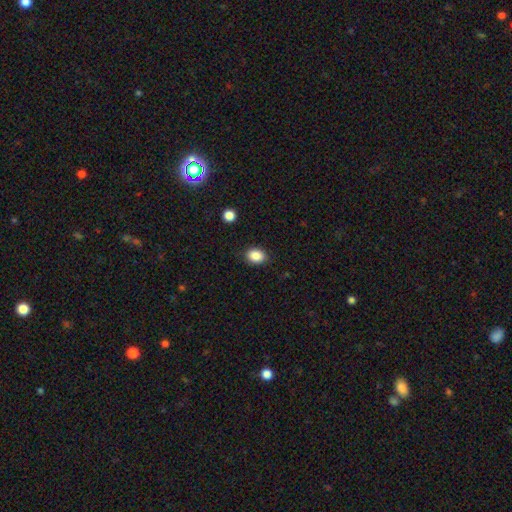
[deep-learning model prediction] Smooth or featured: smooth — 88% (star or artifact — 9%)
How rounded: in between — 67% (round — 32%)
Merging: none — 88% (minor disturbance — 9%)